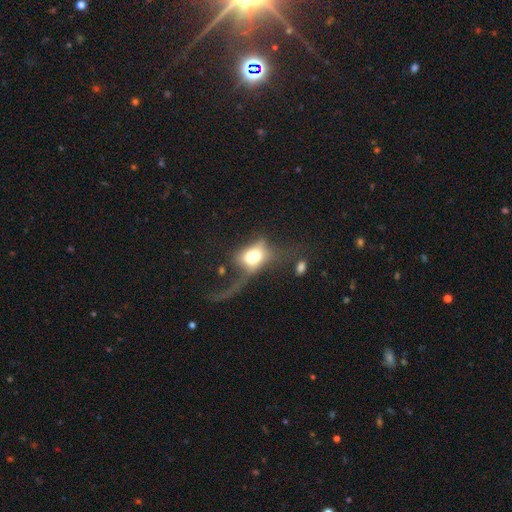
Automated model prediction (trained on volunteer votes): Smooth or featured?
  - smooth: 54% *
  - featured or disk: 35%
  - star or artifact: 10%
How rounded?
  - in between: 72% *
  - round: 24%
  - cigar-shaped: 5%
Merging?
  - major disturbance: 46% *
  - merger: 28%
  - none: 15%
  - minor disturbance: 10%